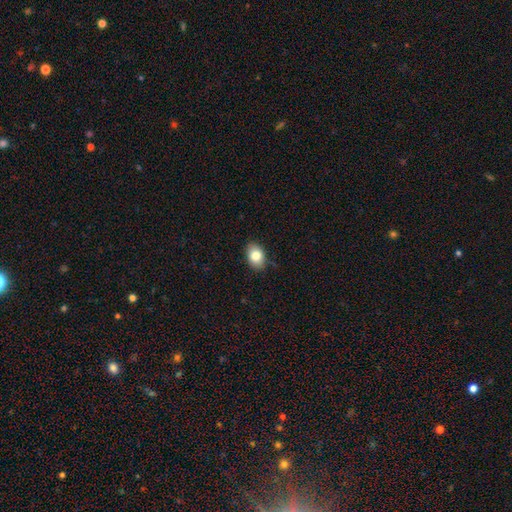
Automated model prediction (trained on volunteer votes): Overall: smooth (82%). How rounded: in between (79%). Merging: none (83%).